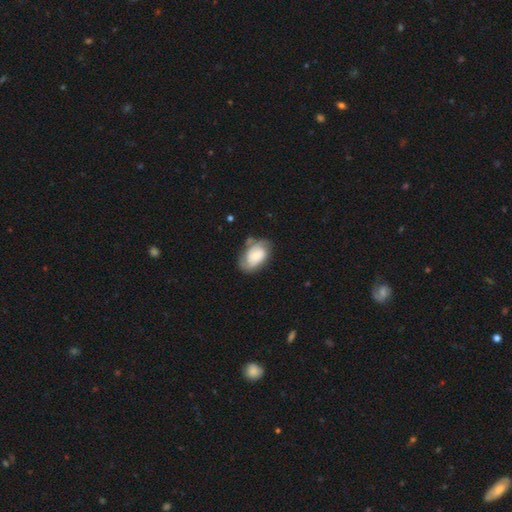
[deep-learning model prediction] Morphology: type=featured or disk (51%); edge-on=no (96%); merging=none (60%).